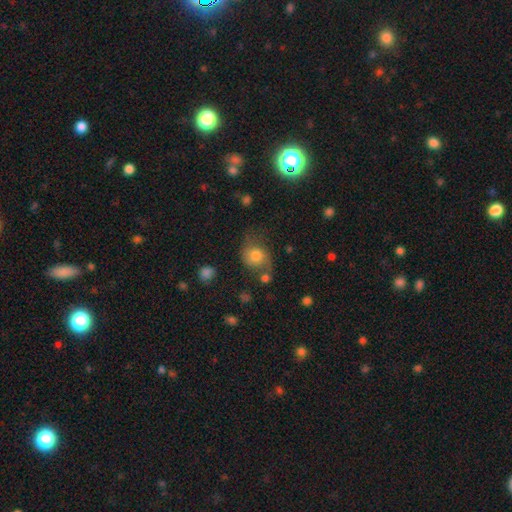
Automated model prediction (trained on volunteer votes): Smooth or featured: smooth — 68% (featured or disk — 21%)
How rounded: round — 69% (in between — 30%)
Merging: none — 51% (minor disturbance — 25%)